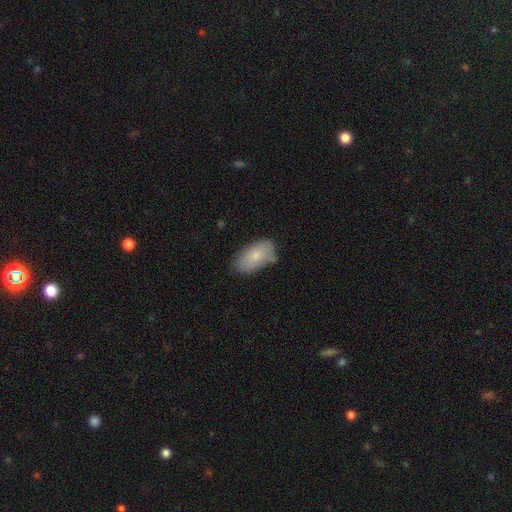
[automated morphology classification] Smooth or featured: smooth — 78% (featured or disk — 16%)
How rounded: in between — 93% (round — 4%)
Merging: none — 70% (minor disturbance — 21%)